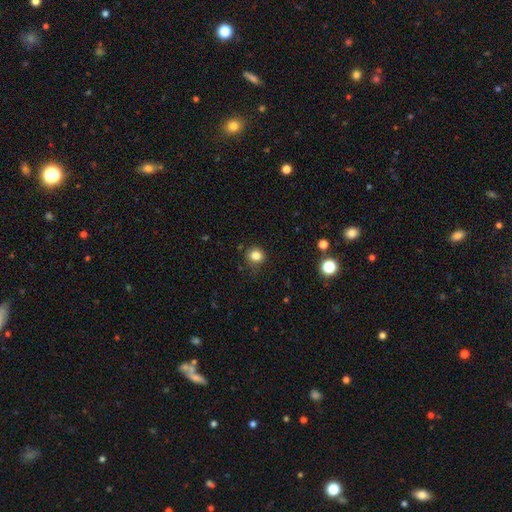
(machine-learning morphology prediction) type=smooth (83%); roundness=round (80%); merging=none (81%).